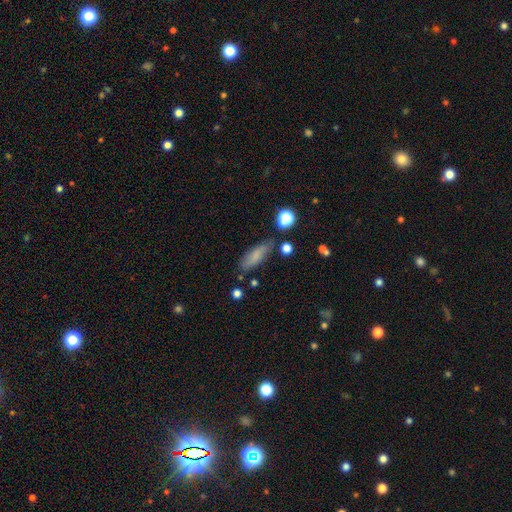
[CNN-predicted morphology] smooth-or-featured: smooth: 76% | featured or disk: 15% | star or artifact: 9%
  how-rounded: in between: 59% | cigar-shaped: 38% | round: 3%
  merging: none: 72% | minor disturbance: 18% | major disturbance: 5% | merger: 5%